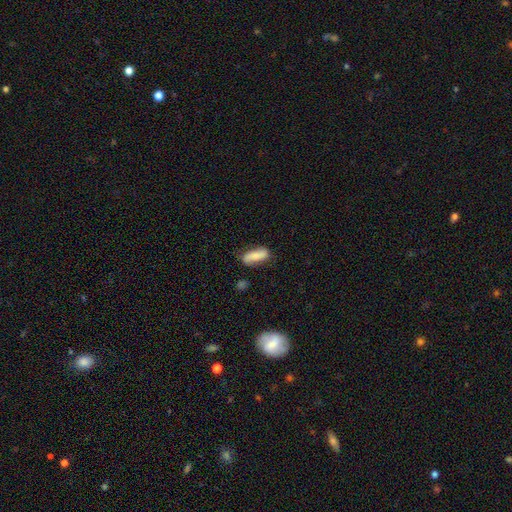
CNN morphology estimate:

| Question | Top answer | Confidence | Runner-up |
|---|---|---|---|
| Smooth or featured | smooth | 69% | featured or disk (23%) |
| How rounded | in between | 68% | cigar-shaped (29%) |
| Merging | none | 68% | minor disturbance (23%) |